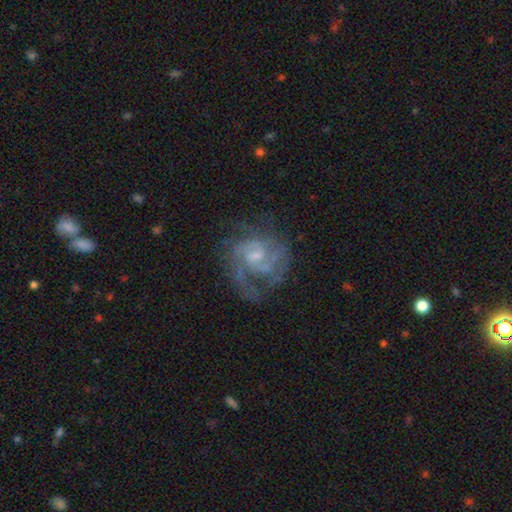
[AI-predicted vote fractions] Morphology: type=featured or disk (83%); edge-on=no (98%); bar=no (51%); spiral arms=yes (92%); winding=medium (46%); arm count=2 (40%); bulge=small (57%); merging=none (59%).